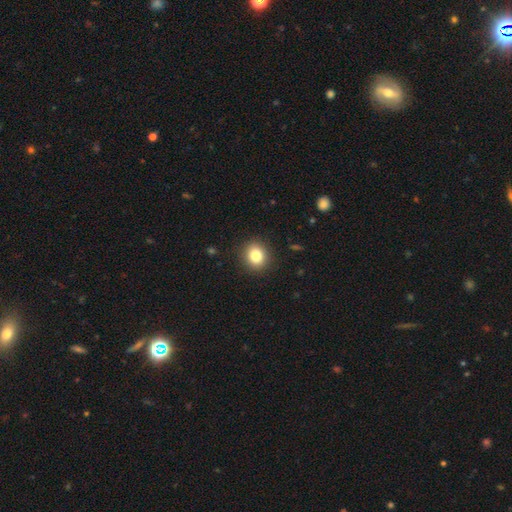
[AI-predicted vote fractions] Smooth or featured? Predicted: smooth (p=0.84). How rounded? Predicted: round (p=0.71). Merging? Predicted: none (p=0.89).